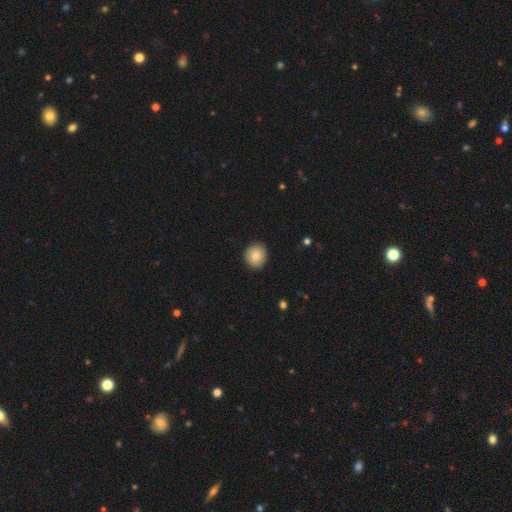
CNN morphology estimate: Q: Smooth or featured?
A: smooth (85%); runner-up: star or artifact (8%)
Q: How rounded?
A: round (88%); runner-up: in between (11%)
Q: Merging?
A: none (89%); runner-up: minor disturbance (8%)